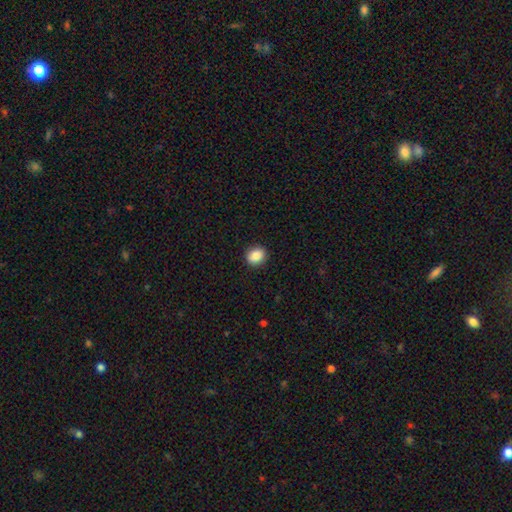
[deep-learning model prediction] Morphology: type=smooth (86%); roundness=round (69%); merging=none (90%).